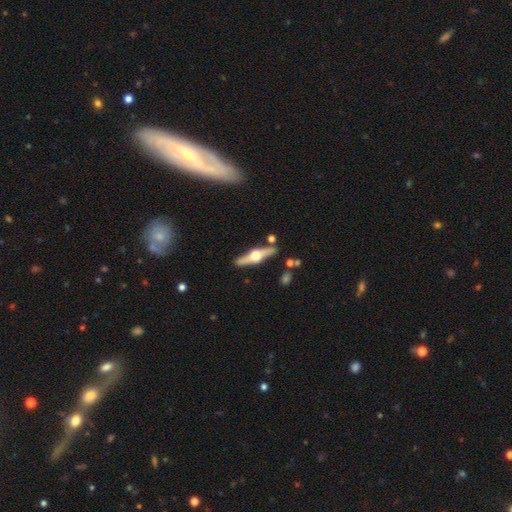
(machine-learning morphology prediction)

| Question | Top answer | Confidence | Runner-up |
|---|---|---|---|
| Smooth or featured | featured or disk | 77% | smooth (18%) |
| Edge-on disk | yes | 96% | no (4%) |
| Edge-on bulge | rounded | 96% | boxy (3%) |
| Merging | none | 84% | minor disturbance (9%) |